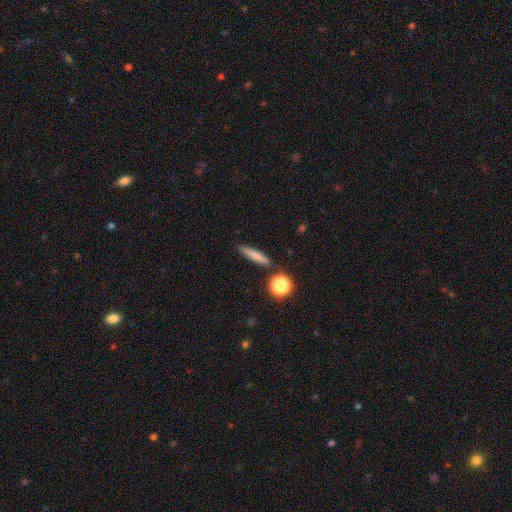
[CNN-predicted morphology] smooth-or-featured: smooth: 75% | featured or disk: 15% | star or artifact: 10%
  how-rounded: cigar-shaped: 84% | in between: 11% | round: 5%
  merging: none: 84% | minor disturbance: 9% | merger: 4% | major disturbance: 3%